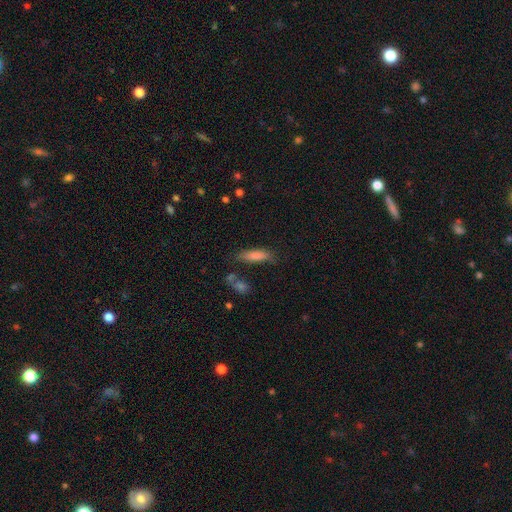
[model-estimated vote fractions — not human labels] Smooth or featured? smooth (82%)
How rounded? cigar-shaped (56%)
Merging? none (65%)